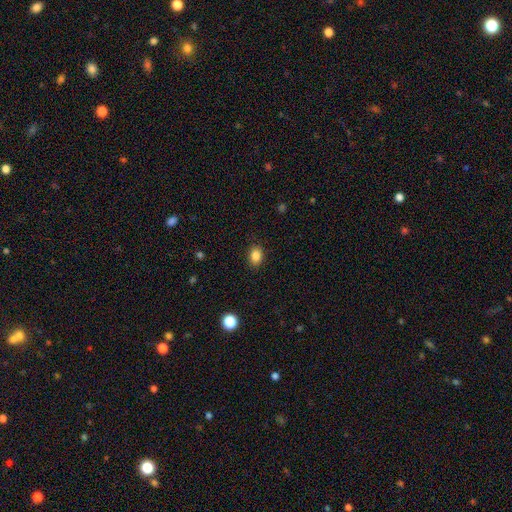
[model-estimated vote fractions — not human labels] The model was most divided on "how rounded": in between: 66%, round: 33%, cigar-shaped: 1%. More confident: merging — none (88%); smooth or featured — smooth (85%).